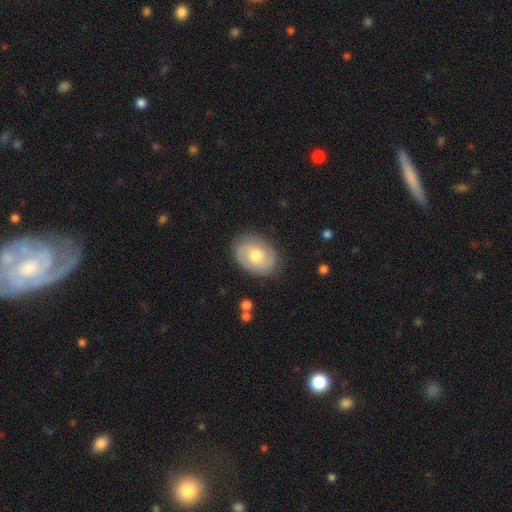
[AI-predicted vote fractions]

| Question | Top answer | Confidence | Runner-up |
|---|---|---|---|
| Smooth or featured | featured or disk | 70% | smooth (24%) |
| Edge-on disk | no | 97% | yes (3%) |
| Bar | no | 62% | weak (33%) |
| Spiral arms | yes | 88% | no (12%) |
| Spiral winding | tight | 49% | medium (39%) |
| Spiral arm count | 2 | 78% | can't tell (12%) |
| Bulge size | moderate | 70% | small (19%) |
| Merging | none | 81% | minor disturbance (14%) |